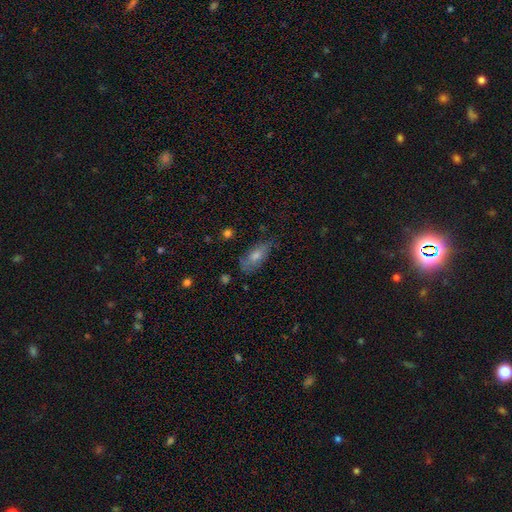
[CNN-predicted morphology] Smooth or featured? smooth (55%)
How rounded? in between (73%)
Merging? none (69%)